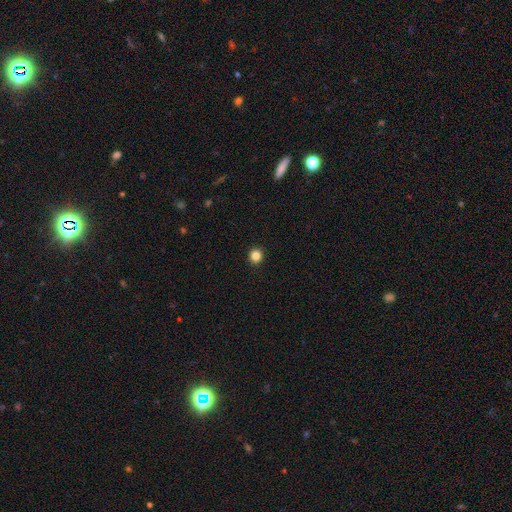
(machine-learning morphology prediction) Overall: smooth (84%). How rounded: round (90%). Merging: none (93%).